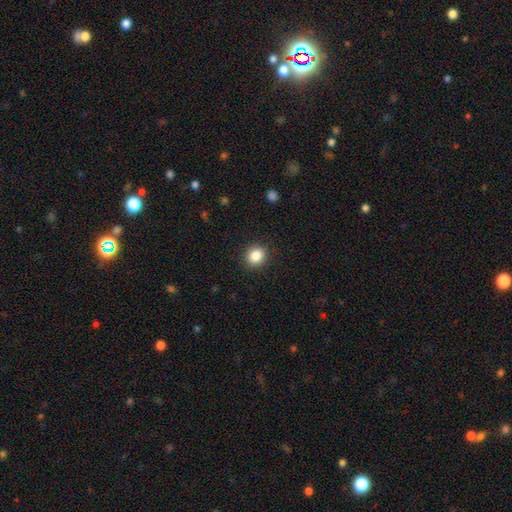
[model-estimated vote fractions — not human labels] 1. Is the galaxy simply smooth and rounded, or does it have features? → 85% smooth, 10% star or artifact, 5% featured or disk.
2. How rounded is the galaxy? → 82% round, 17% in between, 1% cigar-shaped.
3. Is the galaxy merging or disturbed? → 91% none, 6% minor disturbance, 2% major disturbance, 1% merger.